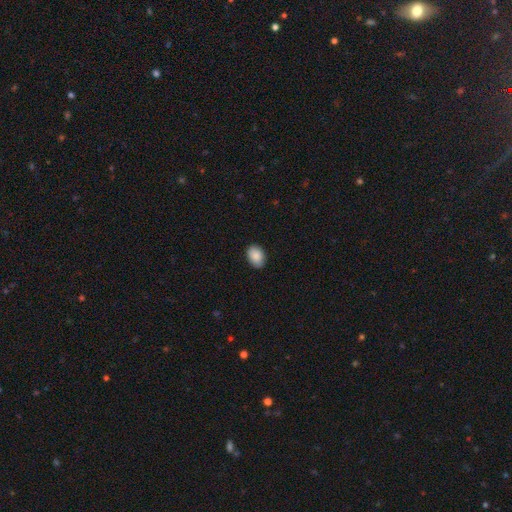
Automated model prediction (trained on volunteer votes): smooth-or-featured: smooth: 89% | star or artifact: 7% | featured or disk: 4%
  how-rounded: in between: 84% | round: 15% | cigar-shaped: 1%
  merging: none: 88% | minor disturbance: 9% | major disturbance: 2% | merger: 1%